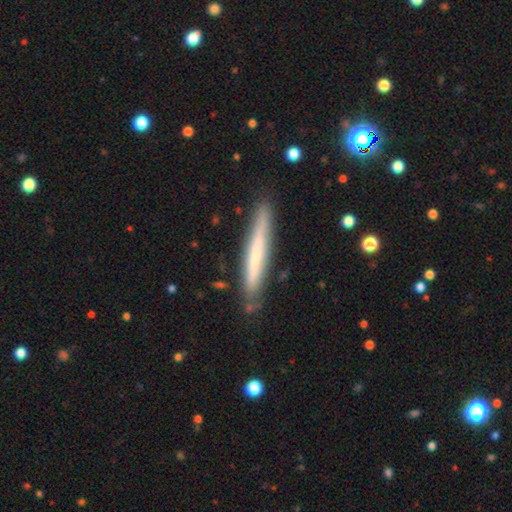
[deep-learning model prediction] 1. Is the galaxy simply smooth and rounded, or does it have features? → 52% smooth, 42% featured or disk, 6% star or artifact.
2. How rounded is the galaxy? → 95% cigar-shaped, 4% in between, 1% round.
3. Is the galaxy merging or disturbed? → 83% none, 13% minor disturbance, 2% major disturbance, 2% merger.